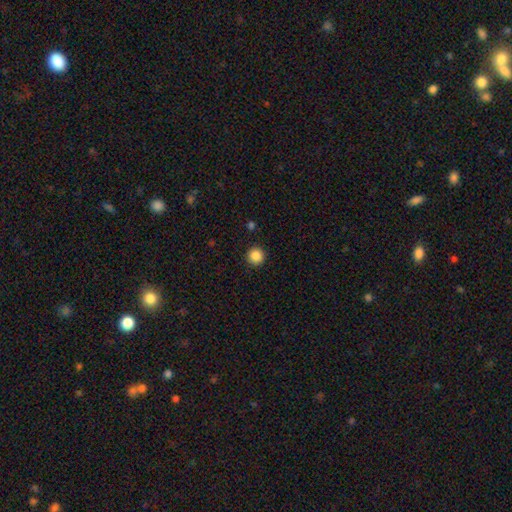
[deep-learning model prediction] smooth_or_featured: smooth (p=0.87) [alt: star or artifact p=0.10]
how_rounded: round (p=0.96) [alt: in between p=0.03]
merging: none (p=0.92) [alt: minor disturbance p=0.05]